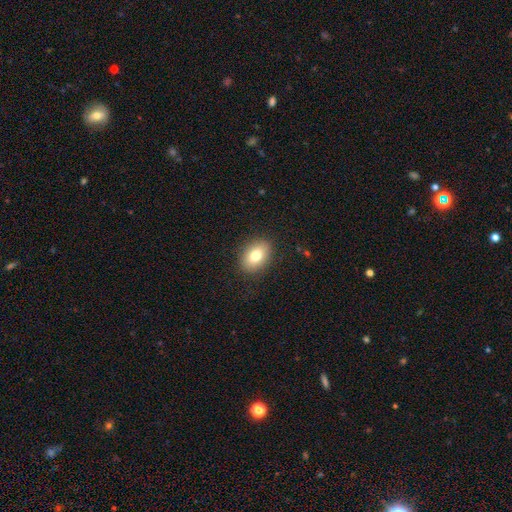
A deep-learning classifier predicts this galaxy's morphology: Smooth or featured?
  - smooth: 79% *
  - featured or disk: 12%
  - star or artifact: 9%
How rounded?
  - in between: 78% *
  - round: 21%
  - cigar-shaped: 1%
Merging?
  - none: 87% *
  - minor disturbance: 9%
  - major disturbance: 3%
  - merger: 1%